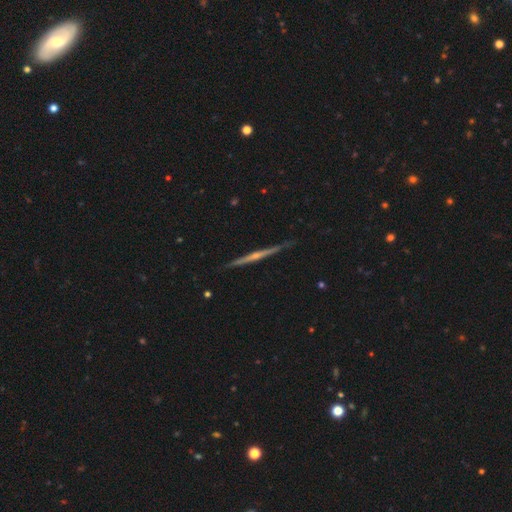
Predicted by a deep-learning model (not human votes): The model was most divided on "edge-on bulge": rounded: 62%, none: 31%, boxy: 6%. More confident: edge-on disk — yes (98%); merging — none (88%); smooth or featured — featured or disk (78%).